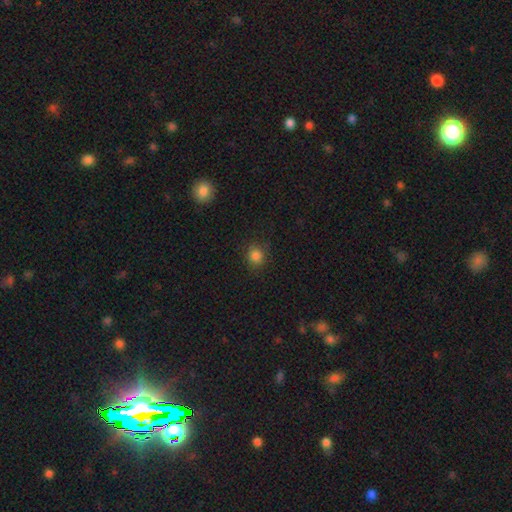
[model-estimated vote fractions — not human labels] A smooth galaxy with no disk features (82%) that is round (84%). Merging: none (85%).